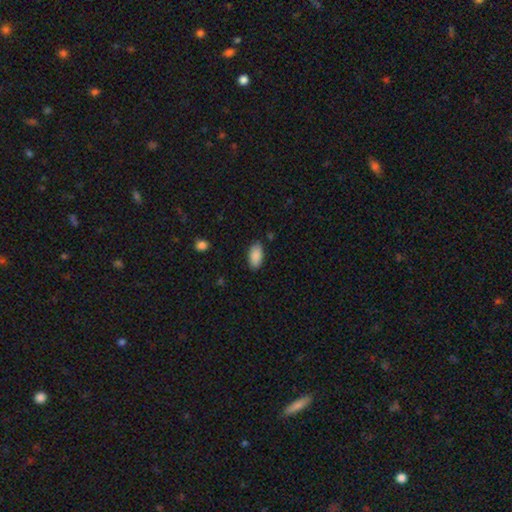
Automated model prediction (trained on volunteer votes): Morphology: type=smooth (89%); roundness=in between (93%); merging=none (85%).